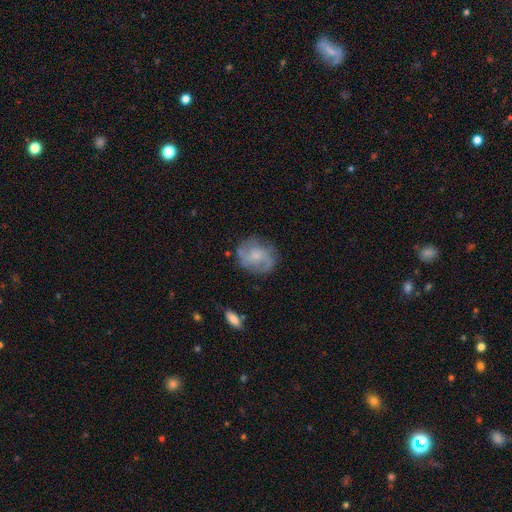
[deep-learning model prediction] smooth-or-featured: featured or disk: 57% | smooth: 36% | star or artifact: 8%
  disk-edge-on: no: 97% | yes: 3%
    bar: no: 66% | weak: 29% | strong: 5%
    has-spiral-arms: yes: 80% | no: 20%
    bulge-size: small: 54% | moderate: 31% | none: 11% | large: 3% | dominant: 1%
  merging: none: 71% | minor disturbance: 19% | major disturbance: 8% | merger: 2%